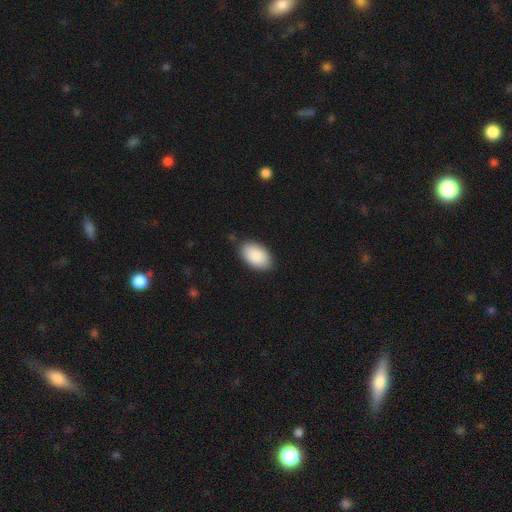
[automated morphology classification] smooth_or_featured: smooth (p=0.89) [alt: star or artifact p=0.06]
how_rounded: in between (p=0.95) [alt: round p=0.04]
merging: none (p=0.85) [alt: minor disturbance p=0.11]